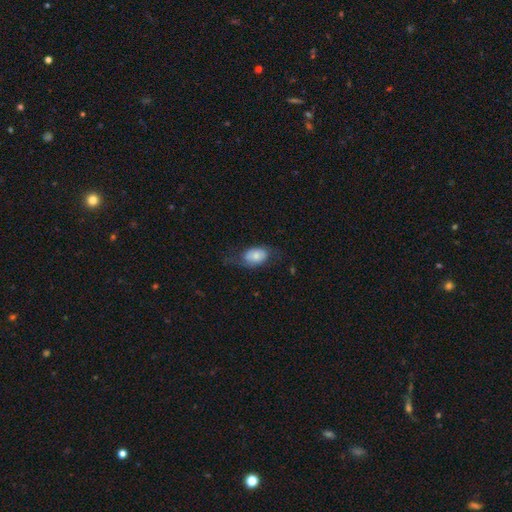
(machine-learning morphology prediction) A smooth galaxy with no disk features (69%) that is in between round and cigar-shaped (86%). Merging: none (51%).